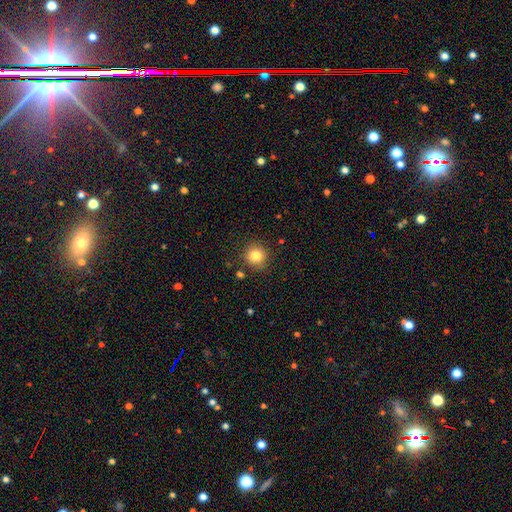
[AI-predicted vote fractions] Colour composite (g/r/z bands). It shows a smooth galaxy with no disk features (82%) that is round (92%). Merging: none (87%).